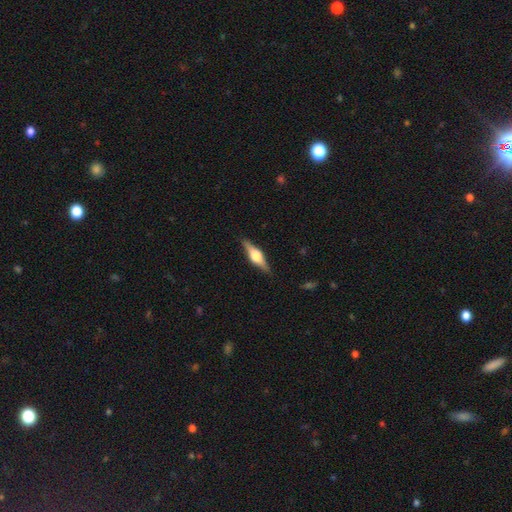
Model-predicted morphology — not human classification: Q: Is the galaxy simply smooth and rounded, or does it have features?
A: featured or disk — 75%.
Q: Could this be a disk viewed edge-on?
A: yes — 97%.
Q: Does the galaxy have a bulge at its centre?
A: rounded — 92%.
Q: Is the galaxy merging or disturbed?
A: none — 89%.